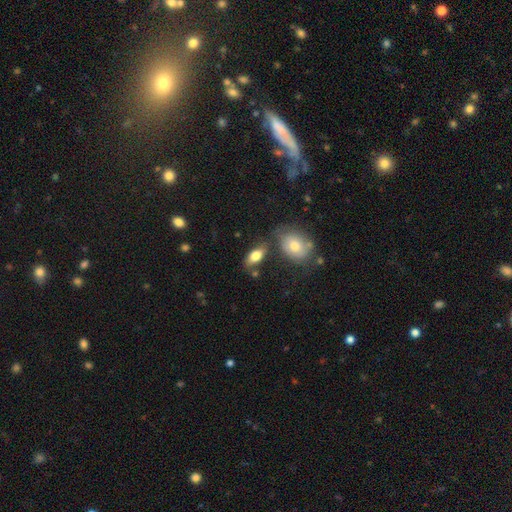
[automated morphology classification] This appears to be a smooth galaxy with no disk features (78%) that is in between round and cigar-shaped (87%). Merging: none (68%).